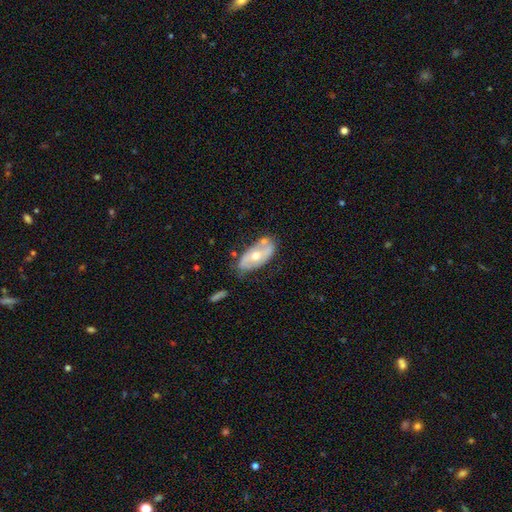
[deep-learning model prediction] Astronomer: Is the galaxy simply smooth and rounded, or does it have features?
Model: featured or disk — 60%.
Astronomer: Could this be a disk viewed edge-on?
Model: no — 88%.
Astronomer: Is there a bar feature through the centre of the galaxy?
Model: no — 68%.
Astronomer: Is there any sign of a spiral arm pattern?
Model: yes — 52% (runner-up: no, 48%).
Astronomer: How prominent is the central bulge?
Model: moderate — 68%.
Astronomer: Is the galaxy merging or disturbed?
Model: none — 62%.